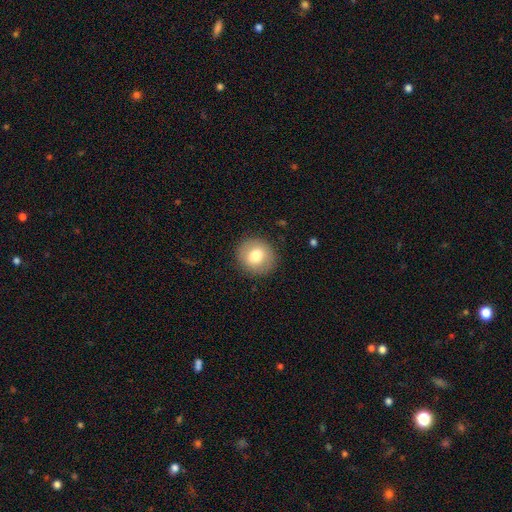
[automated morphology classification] smooth_or_featured: smooth (p=0.74) [alt: featured or disk p=0.18]
how_rounded: round (p=0.87) [alt: in between p=0.12]
merging: none (p=0.89) [alt: minor disturbance p=0.08]